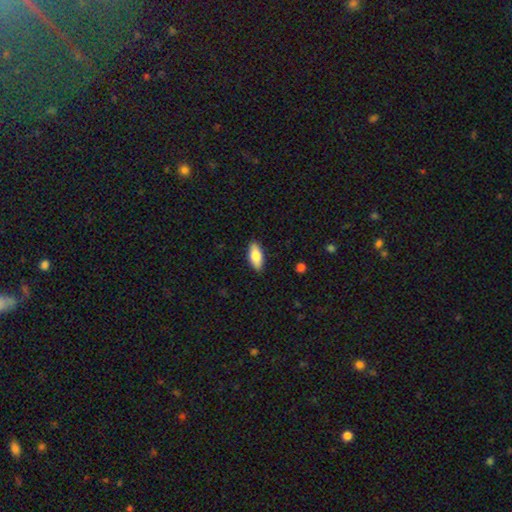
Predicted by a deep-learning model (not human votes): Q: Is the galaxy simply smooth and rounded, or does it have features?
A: smooth — 80%.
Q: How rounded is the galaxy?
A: in between — 85%.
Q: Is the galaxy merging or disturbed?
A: none — 89%.